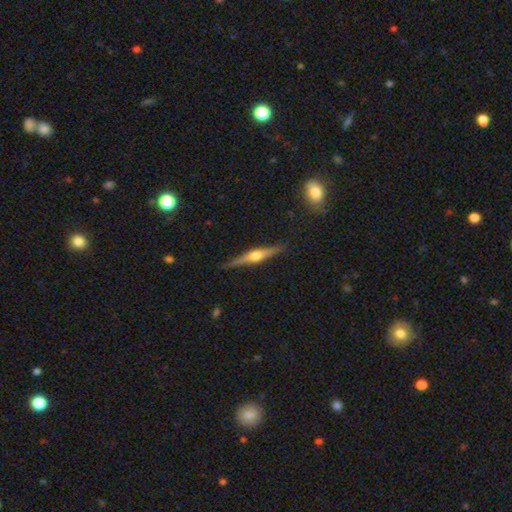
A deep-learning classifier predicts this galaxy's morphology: A featured or disk galaxy (75%) viewed edge-on (97%) with a rounded central bulge (92%). Merging: none (86%).